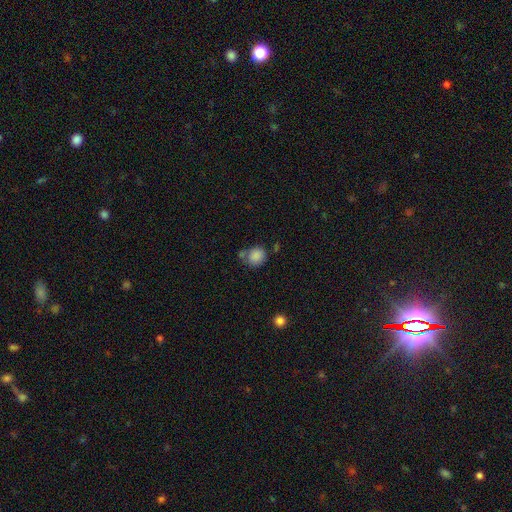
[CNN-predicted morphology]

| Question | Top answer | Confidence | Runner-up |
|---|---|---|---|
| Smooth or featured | smooth | 86% | star or artifact (9%) |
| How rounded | round | 80% | in between (19%) |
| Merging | none | 58% | merger (19%) |